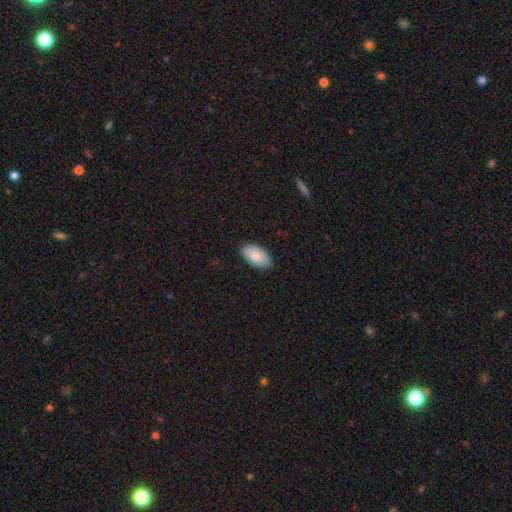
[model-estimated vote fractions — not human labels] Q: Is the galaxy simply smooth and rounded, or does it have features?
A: smooth — 86%.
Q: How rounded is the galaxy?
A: in between — 96%.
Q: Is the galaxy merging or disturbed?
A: none — 86%.